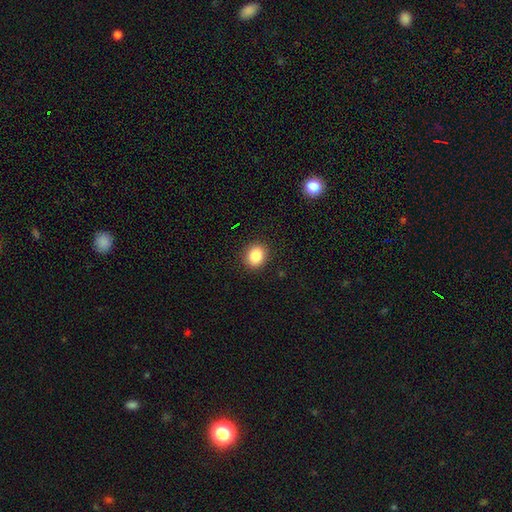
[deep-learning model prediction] Morphology: type=smooth (87%); roundness=round (63%); merging=none (90%).